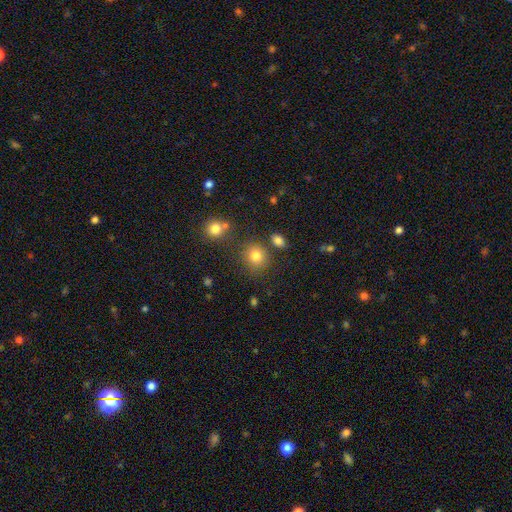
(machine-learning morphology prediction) A smooth galaxy with no disk features (80%) that is round (83%). Merging: none (77%).